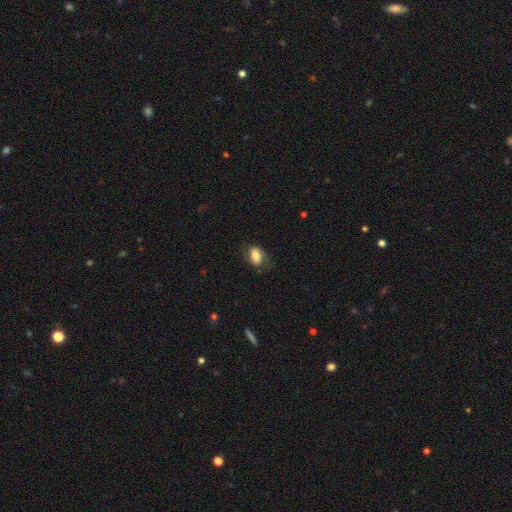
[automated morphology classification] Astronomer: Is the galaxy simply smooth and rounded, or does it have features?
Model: smooth — 67%.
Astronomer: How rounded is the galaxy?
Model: in between — 83%.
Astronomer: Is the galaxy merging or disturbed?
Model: none — 64%.